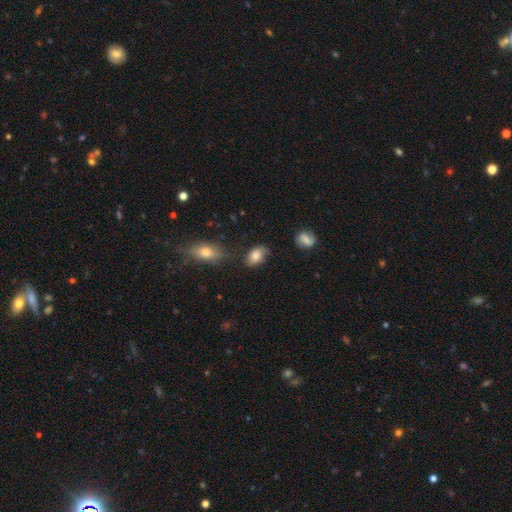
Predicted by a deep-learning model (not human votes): Q: Smooth or featured?
A: smooth (80%); runner-up: featured or disk (11%)
Q: How rounded?
A: in between (86%); runner-up: round (13%)
Q: Merging?
A: none (64%); runner-up: minor disturbance (25%)